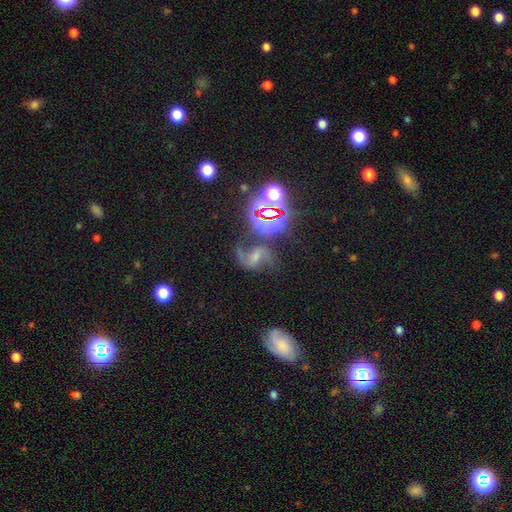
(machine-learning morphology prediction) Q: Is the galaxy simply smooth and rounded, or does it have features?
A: featured or disk — 67%.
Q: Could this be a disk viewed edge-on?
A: no — 97%.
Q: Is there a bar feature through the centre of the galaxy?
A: weak — 40%.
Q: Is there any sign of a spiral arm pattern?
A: yes — 93%.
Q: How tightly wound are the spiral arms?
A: loose — 67%.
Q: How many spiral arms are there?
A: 2 — 88%.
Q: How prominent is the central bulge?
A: small — 33%.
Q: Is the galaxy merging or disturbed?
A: none — 54%.